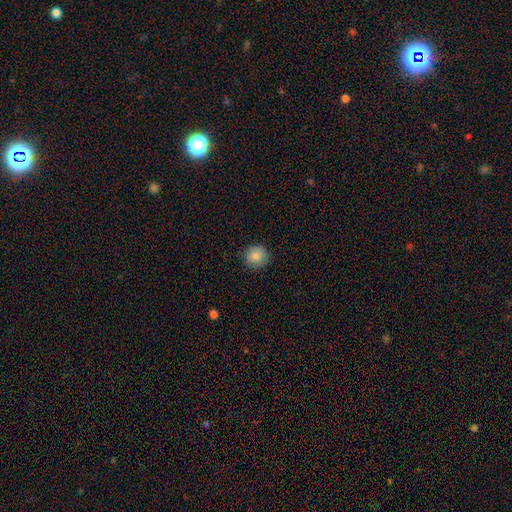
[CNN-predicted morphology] This is clearly a smooth galaxy (86%). How rounded: clearly round (94%). Merging: clearly none (89%).